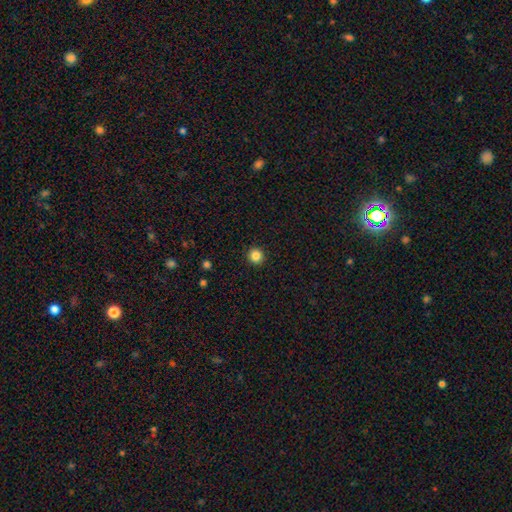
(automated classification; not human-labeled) Q: Smooth or featured?
A: smooth (85%); runner-up: star or artifact (11%)
Q: How rounded?
A: round (94%); runner-up: in between (5%)
Q: Merging?
A: none (93%); runner-up: minor disturbance (4%)